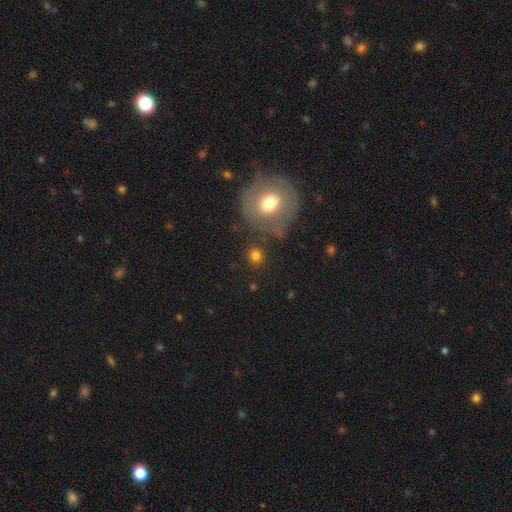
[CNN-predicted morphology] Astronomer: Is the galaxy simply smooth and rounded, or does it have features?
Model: smooth — 80%.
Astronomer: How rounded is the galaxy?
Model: round — 88%.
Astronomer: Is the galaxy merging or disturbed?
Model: none — 83%.